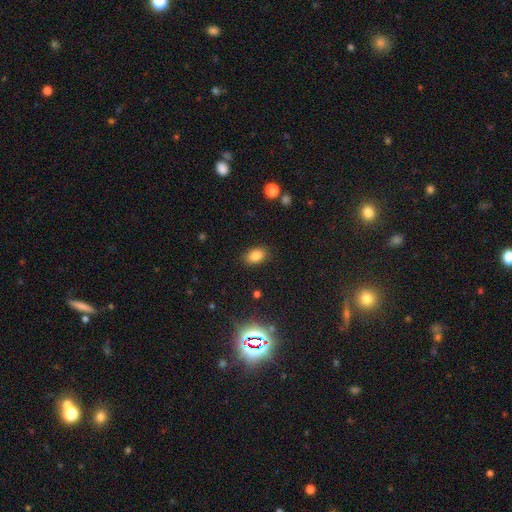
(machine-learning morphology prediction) Smooth or featured: smooth — 83% (star or artifact — 11%)
How rounded: in between — 85% (round — 14%)
Merging: none — 86% (minor disturbance — 10%)